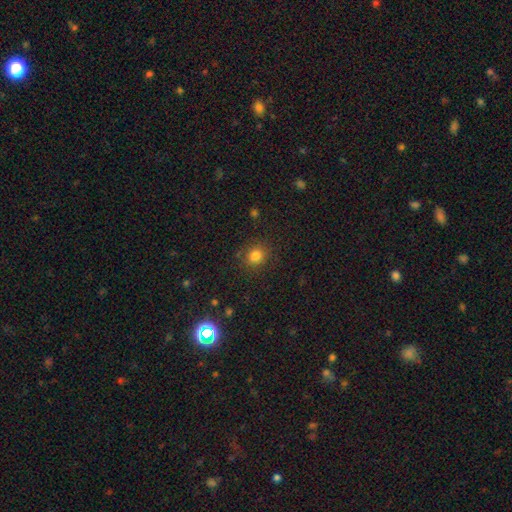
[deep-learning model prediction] Smooth or featured: smooth — 81% (star or artifact — 14%)
How rounded: round — 83% (in between — 16%)
Merging: none — 86% (minor disturbance — 9%)